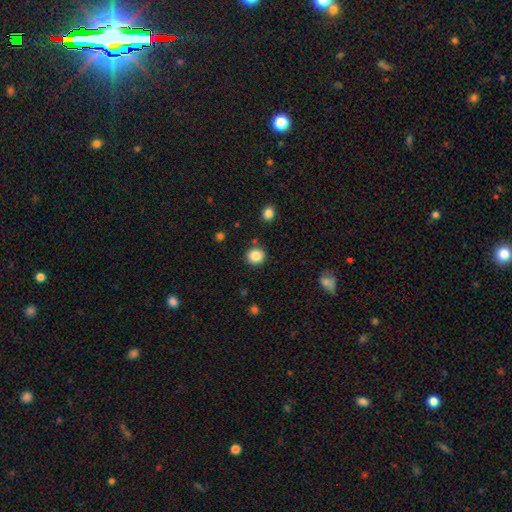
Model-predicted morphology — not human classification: This is clearly a smooth galaxy (86%). How rounded: clearly round (86%). Merging: clearly none (87%).